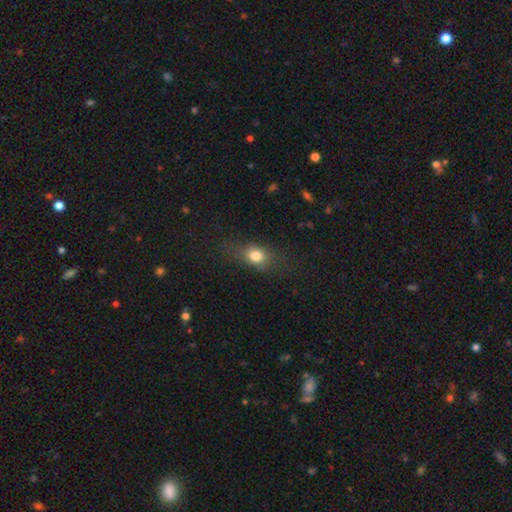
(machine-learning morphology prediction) Smooth or featured? Predicted: smooth (p=0.78). How rounded? Predicted: in between (p=0.56). Merging? Predicted: none (p=0.66).